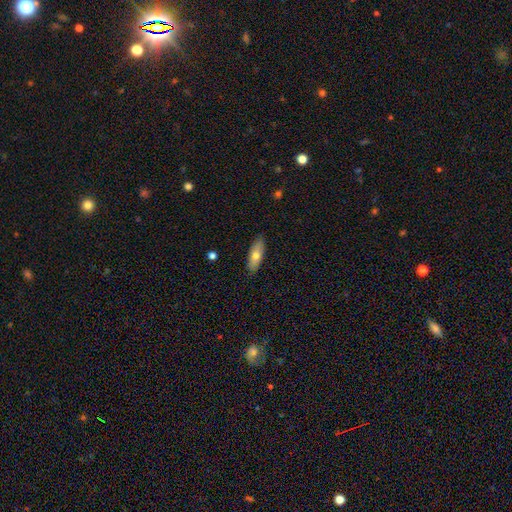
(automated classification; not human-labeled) A smooth galaxy with no disk features (69%) that is in between round and cigar-shaped (65%).

Vote fractions:
- Smooth or featured? smooth: 69% / featured or disk: 25% / star or artifact: 6%
- How rounded? in between: 65% / cigar-shaped: 33% / round: 2%
- Merging? none: 87% / minor disturbance: 10% / major disturbance: 2% / merger: 1%